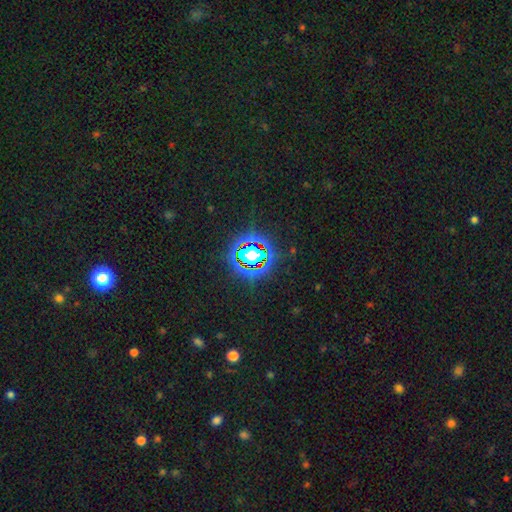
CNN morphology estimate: smooth_or_featured: star or artifact (p=0.76) [alt: smooth p=0.15]